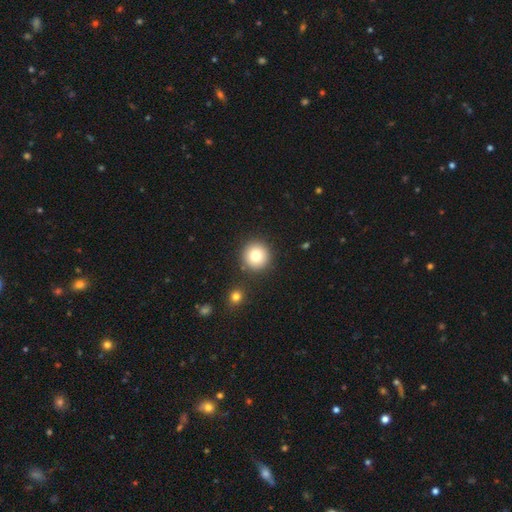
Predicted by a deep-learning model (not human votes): Q: Smooth or featured?
A: smooth (79%); runner-up: star or artifact (11%)
Q: How rounded?
A: round (95%); runner-up: in between (4%)
Q: Merging?
A: none (88%); runner-up: minor disturbance (6%)